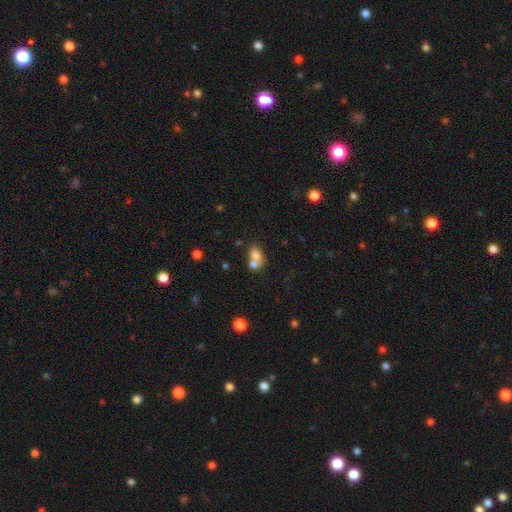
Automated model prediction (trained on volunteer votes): Smooth or featured? Predicted: smooth (p=0.73). How rounded? Predicted: in between (p=0.56). Merging? Predicted: merger (p=0.61).